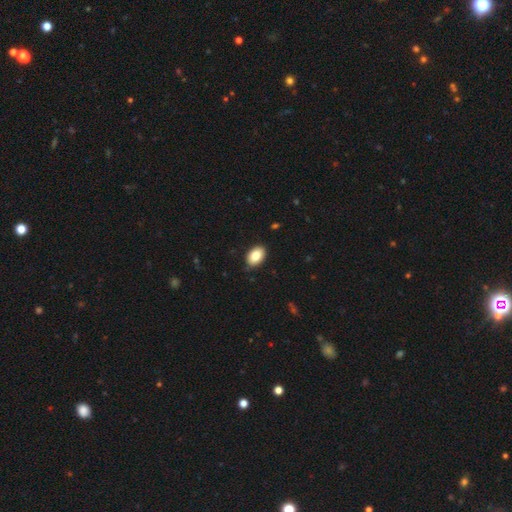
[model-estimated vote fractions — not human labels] The model was most divided on "smooth or featured": smooth: 84%, featured or disk: 9%, star or artifact: 7%. More confident: how rounded — in between (90%); merging — none (87%).